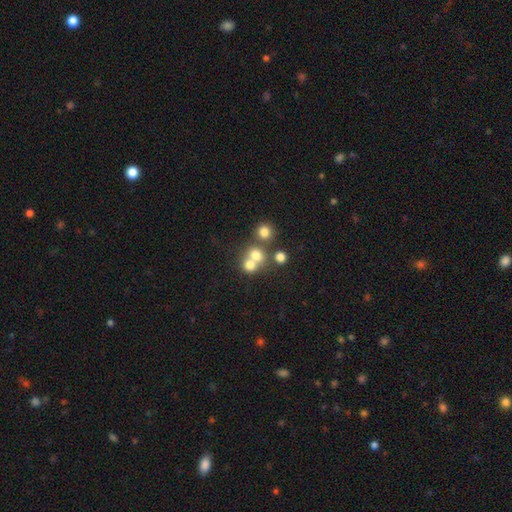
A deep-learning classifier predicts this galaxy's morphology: Smooth or featured?
  - smooth: 69% *
  - star or artifact: 16%
  - featured or disk: 15%
How rounded?
  - round: 82% *
  - in between: 17%
  - cigar-shaped: 1%
Merging?
  - merger: 47% *
  - none: 43%
  - minor disturbance: 6%
  - major disturbance: 4%